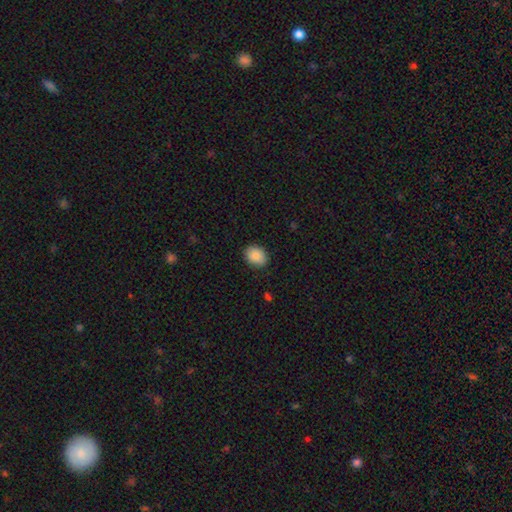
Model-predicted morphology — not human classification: smooth 89%, star or artifact 8%, featured or disk 4%. Down the decision tree: how rounded — in between (58%); merging — none (87%).